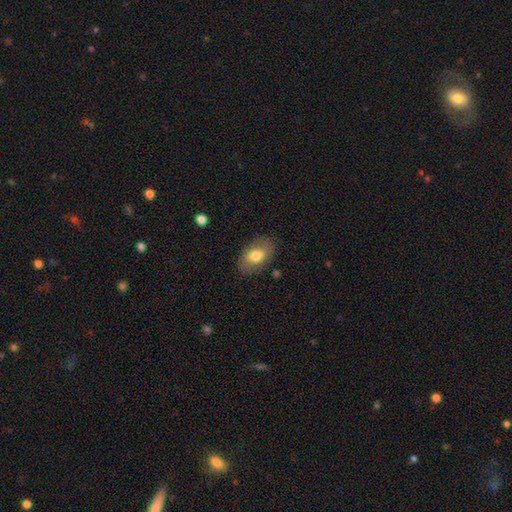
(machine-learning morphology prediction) smooth 75%, featured or disk 18%, star or artifact 7%. Down the decision tree: how rounded — in between (91%); merging — none (84%).